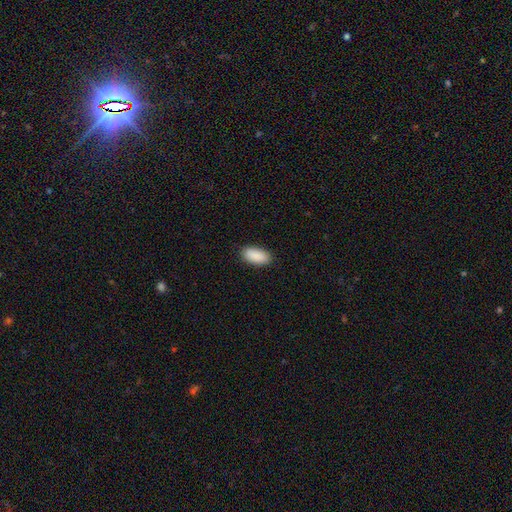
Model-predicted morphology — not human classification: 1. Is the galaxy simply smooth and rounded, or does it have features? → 91% smooth, 6% star or artifact, 3% featured or disk.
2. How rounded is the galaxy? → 90% in between, 8% cigar-shaped, 2% round.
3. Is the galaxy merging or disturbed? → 89% none, 8% minor disturbance, 2% major disturbance, 1% merger.